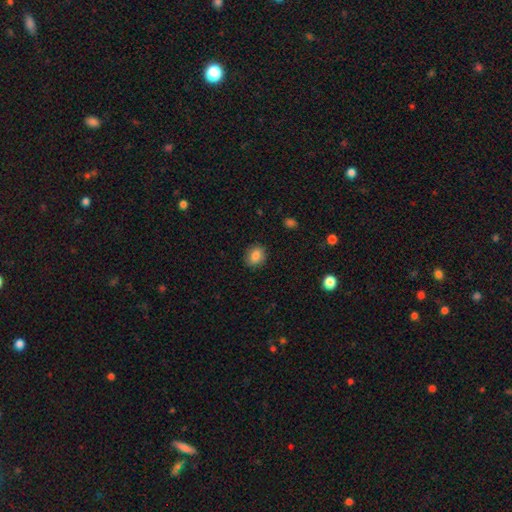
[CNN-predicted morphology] smooth 85%, star or artifact 9%, featured or disk 6%. Down the decision tree: how rounded — round (56%); merging — none (88%).